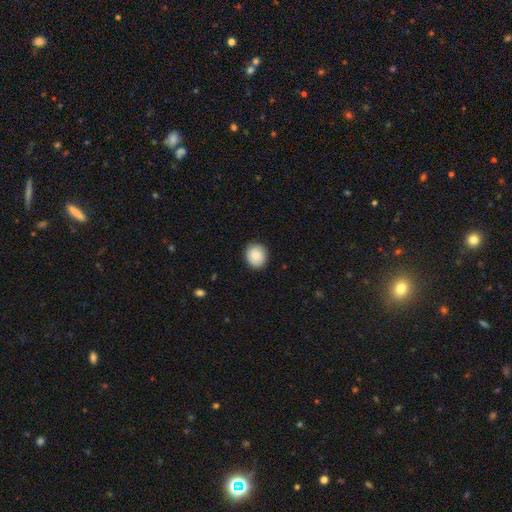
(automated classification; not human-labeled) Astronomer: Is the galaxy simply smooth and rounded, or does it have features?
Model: smooth — 84%.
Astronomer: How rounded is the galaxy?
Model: round — 81%.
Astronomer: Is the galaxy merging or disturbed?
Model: none — 87%.